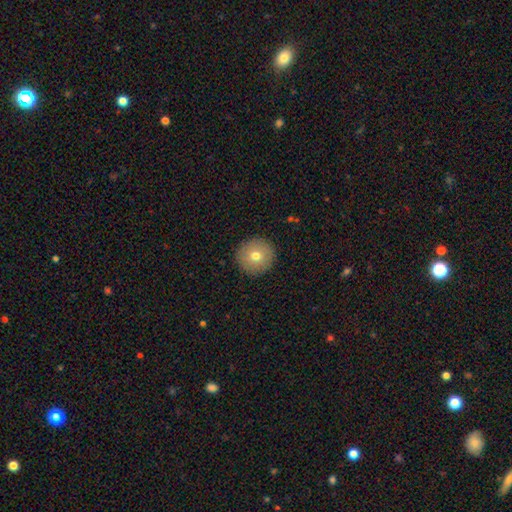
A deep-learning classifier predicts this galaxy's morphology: This appears to be a smooth galaxy with no disk features (72%) that is round (95%). Merging: none (92%).